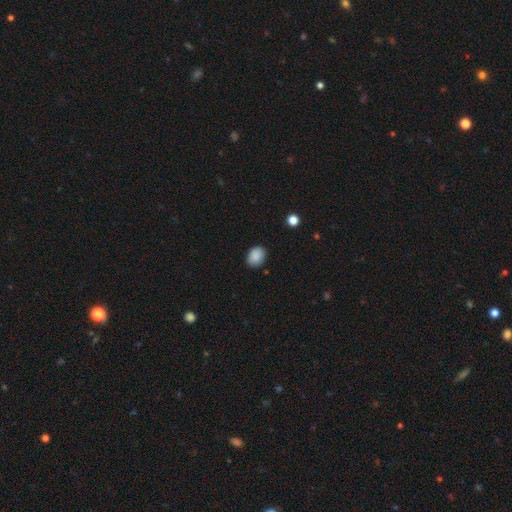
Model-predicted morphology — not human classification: smooth-or-featured: smooth: 88% | star or artifact: 9% | featured or disk: 4%
  how-rounded: in between: 54% | round: 45% | cigar-shaped: 1%
  merging: none: 84% | minor disturbance: 12% | major disturbance: 3% | merger: 1%